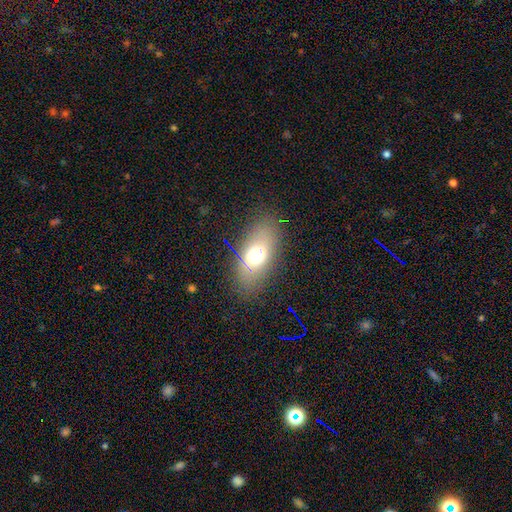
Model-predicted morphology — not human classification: Smooth or featured? smooth (61%)
How rounded? in between (82%)
Merging? none (80%)